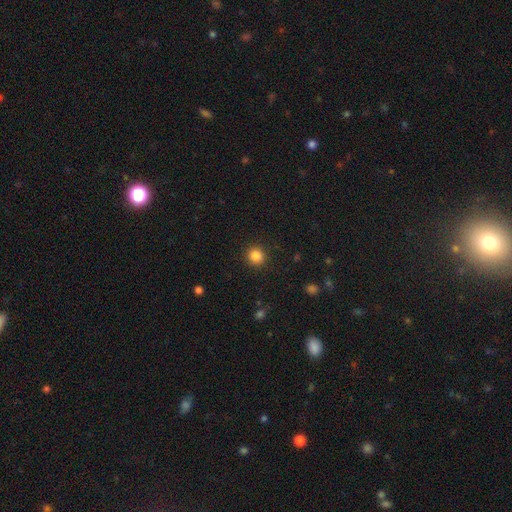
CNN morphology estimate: The model was most divided on "smooth or featured": smooth: 86%, star or artifact: 11%, featured or disk: 4%. More confident: how rounded — round (91%); merging — none (91%).